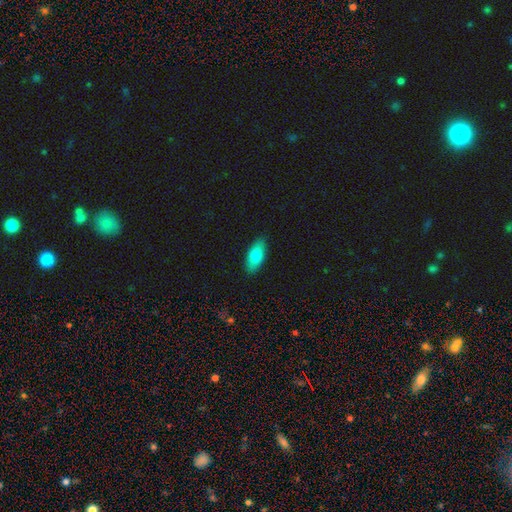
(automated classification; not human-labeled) Smooth or featured: smooth — 78% (featured or disk — 15%)
How rounded: in between — 84% (cigar-shaped — 13%)
Merging: none — 88% (minor disturbance — 9%)